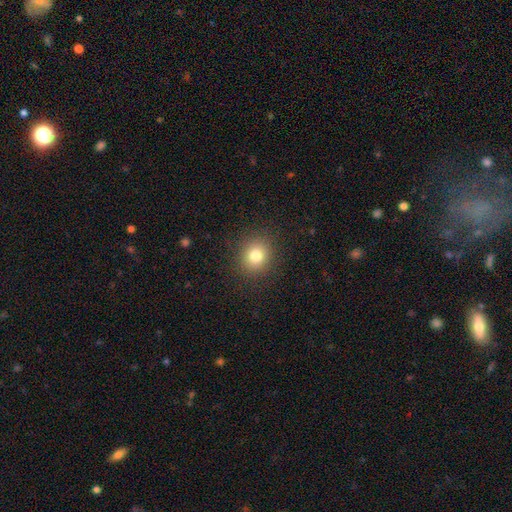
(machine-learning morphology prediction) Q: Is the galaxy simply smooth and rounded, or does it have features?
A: smooth — 80%.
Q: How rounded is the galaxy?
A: round — 81%.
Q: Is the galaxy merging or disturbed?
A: none — 89%.